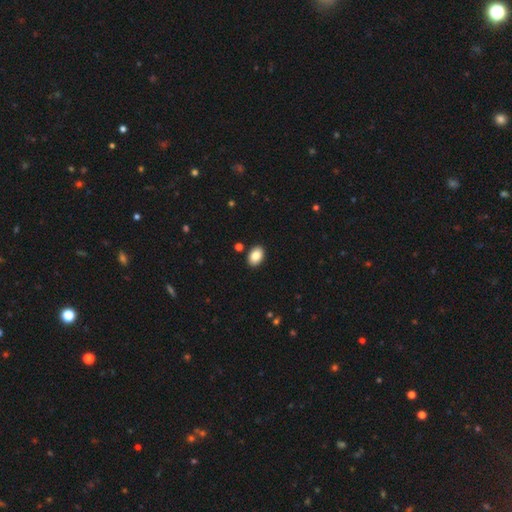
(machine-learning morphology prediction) Smooth or featured? Predicted: smooth (p=0.87). How rounded? Predicted: in between (p=0.86). Merging? Predicted: none (p=0.89).